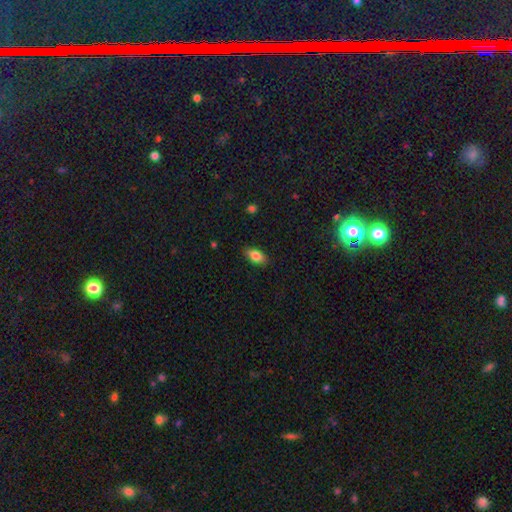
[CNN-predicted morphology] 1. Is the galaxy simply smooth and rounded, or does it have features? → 83% smooth, 9% featured or disk, 7% star or artifact.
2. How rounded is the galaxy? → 89% in between, 7% cigar-shaped, 5% round.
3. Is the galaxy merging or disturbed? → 86% none, 11% minor disturbance, 2% major disturbance, 1% merger.